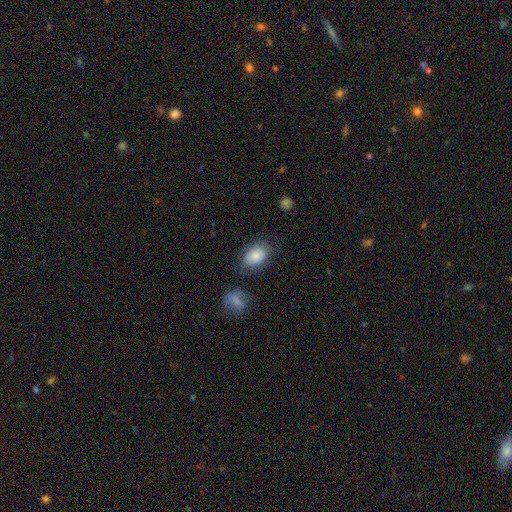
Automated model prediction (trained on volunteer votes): smooth-or-featured: smooth: 82% | featured or disk: 10% | star or artifact: 8%
  how-rounded: in between: 81% | round: 17% | cigar-shaped: 1%
  merging: none: 67% | minor disturbance: 19% | merger: 7% | major disturbance: 7%